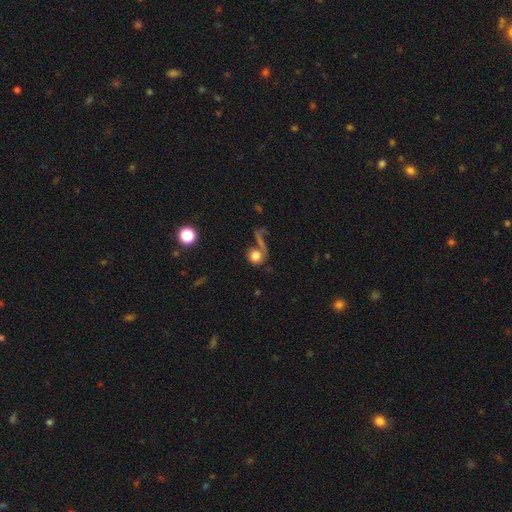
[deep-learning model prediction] Smooth or featured?
  - smooth: 73% *
  - featured or disk: 16%
  - star or artifact: 11%
How rounded?
  - round: 82% *
  - in between: 16%
  - cigar-shaped: 2%
Merging?
  - none: 43% *
  - merger: 24%
  - major disturbance: 21%
  - minor disturbance: 13%